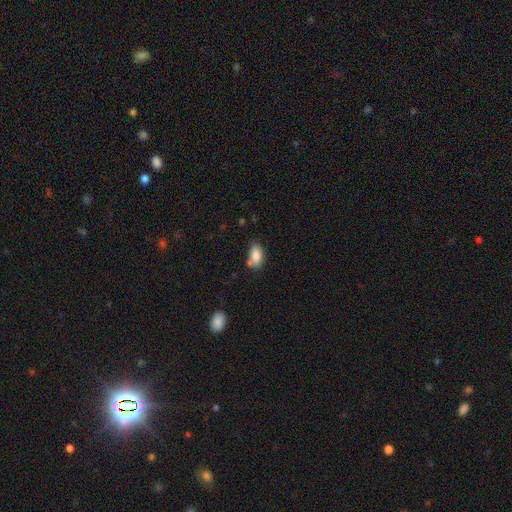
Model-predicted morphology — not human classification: Smooth or featured?
  - smooth: 86% *
  - star or artifact: 8%
  - featured or disk: 6%
How rounded?
  - in between: 91% *
  - round: 6%
  - cigar-shaped: 3%
Merging?
  - none: 63% *
  - minor disturbance: 20%
  - merger: 11%
  - major disturbance: 5%